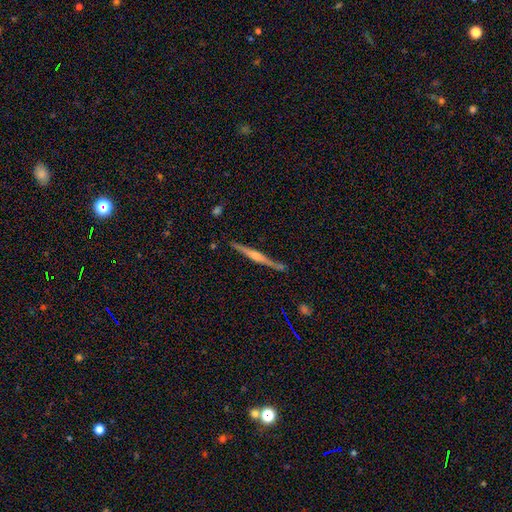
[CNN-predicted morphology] Smooth or featured?
  - featured or disk: 74% *
  - smooth: 20%
  - star or artifact: 6%
Edge-on disk?
  - yes: 98% *
  - no: 2%
Edge-on bulge?
  - rounded: 65% *
  - boxy: 22%
  - none: 13%
Merging?
  - none: 85% *
  - minor disturbance: 10%
  - merger: 2%
  - major disturbance: 2%